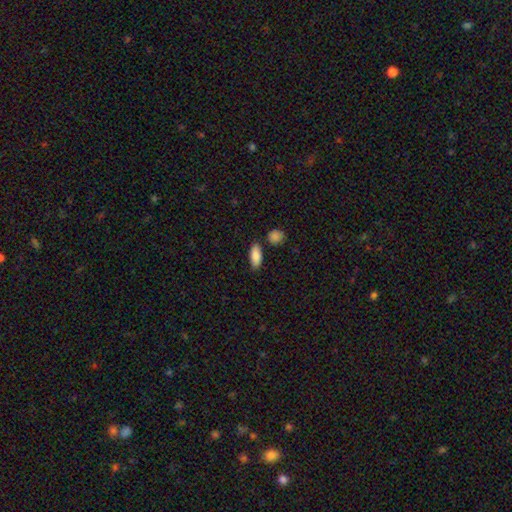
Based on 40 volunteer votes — A smooth galaxy with no disk features (95%) that is in between round and cigar-shaped (74%). Merging: none (76%).